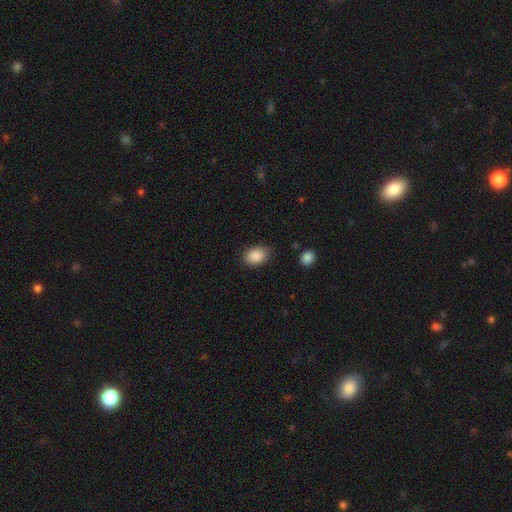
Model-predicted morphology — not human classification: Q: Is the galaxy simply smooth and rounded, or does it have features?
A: smooth — 88%.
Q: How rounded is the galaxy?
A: in between — 75%.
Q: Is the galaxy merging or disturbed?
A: none — 79%.